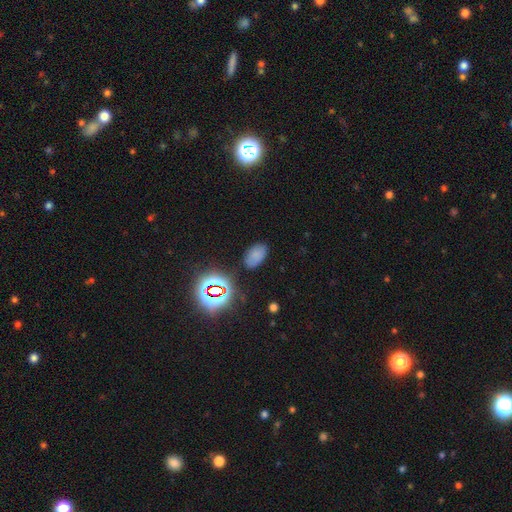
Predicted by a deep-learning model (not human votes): Smooth or featured? smooth (70%)
How rounded? in between (92%)
Merging? none (80%)